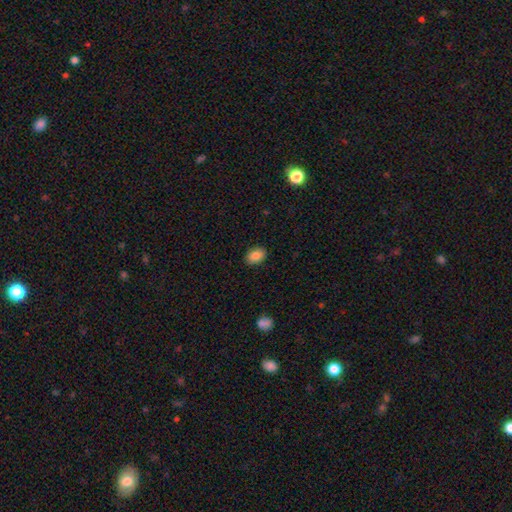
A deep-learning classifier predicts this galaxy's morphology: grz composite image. It shows a smooth galaxy with no disk features (86%) that is in between round and cigar-shaped (81%). Merging: none (89%).